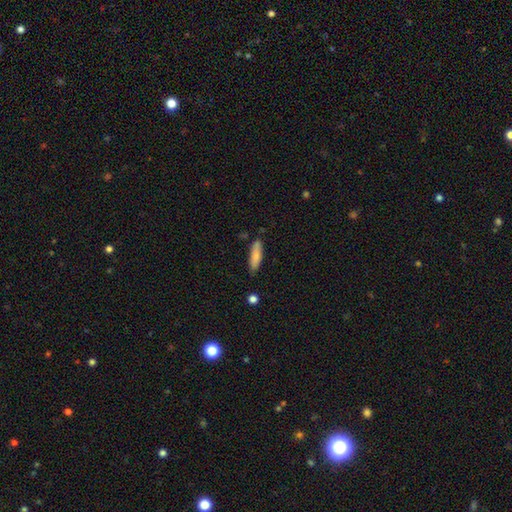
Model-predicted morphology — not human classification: Q: Smooth or featured?
A: smooth (82%); runner-up: featured or disk (12%)
Q: How rounded?
A: cigar-shaped (62%); runner-up: in between (36%)
Q: Merging?
A: none (80%); runner-up: minor disturbance (14%)